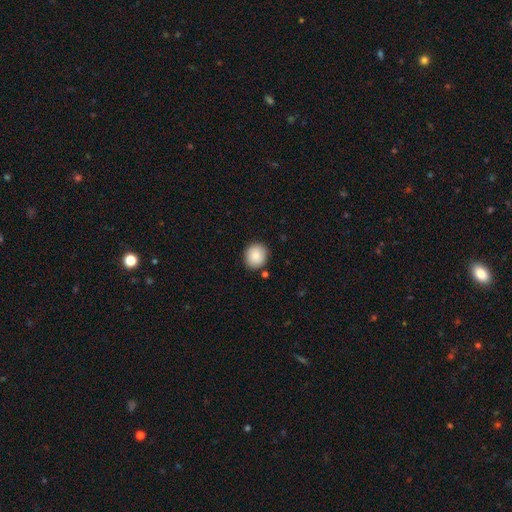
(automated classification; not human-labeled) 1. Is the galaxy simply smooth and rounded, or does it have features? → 86% smooth, 8% star or artifact, 7% featured or disk.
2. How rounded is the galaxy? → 84% round, 15% in between, 1% cigar-shaped.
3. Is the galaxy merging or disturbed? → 86% none, 9% minor disturbance, 3% merger, 2% major disturbance.